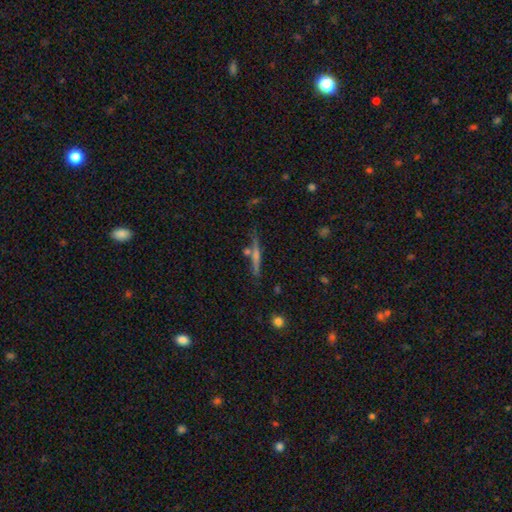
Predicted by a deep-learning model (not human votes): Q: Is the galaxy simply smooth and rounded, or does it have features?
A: featured or disk — 52%.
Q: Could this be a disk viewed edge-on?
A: yes — 95%.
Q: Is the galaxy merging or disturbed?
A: none — 79%.